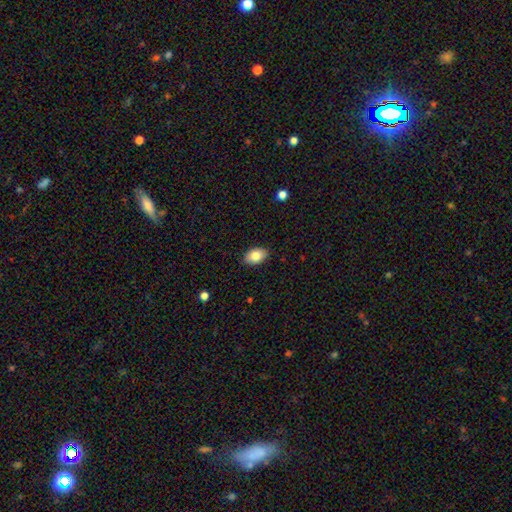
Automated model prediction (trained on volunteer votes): This is clearly a smooth galaxy (84%). How rounded: clearly in between (89%). Merging: clearly none (87%).